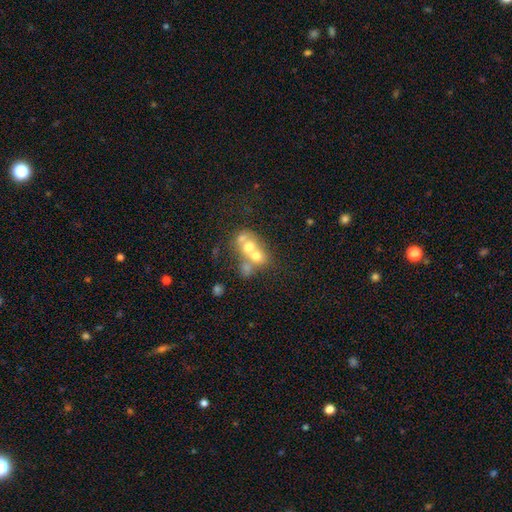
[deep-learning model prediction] Q: Smooth or featured?
A: smooth (54%); runner-up: featured or disk (33%)
Q: How rounded?
A: round (61%); runner-up: in between (38%)
Q: Merging?
A: merger (68%); runner-up: none (21%)